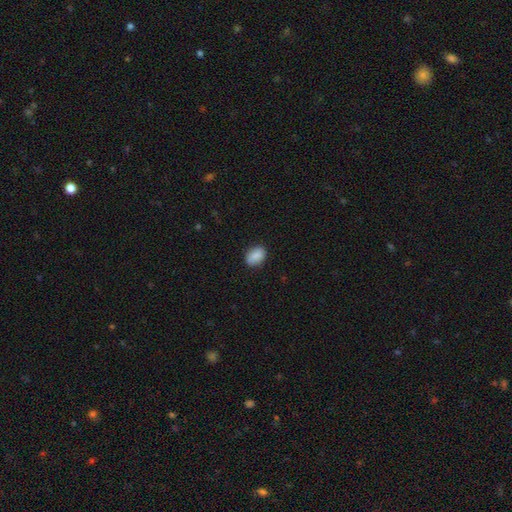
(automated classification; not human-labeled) A smooth galaxy with no disk features (88%) that is in between round and cigar-shaped (79%). Merging: none (85%).